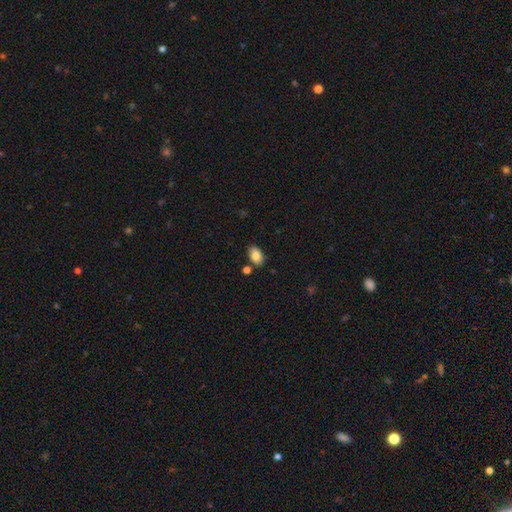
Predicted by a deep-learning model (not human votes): Smooth or featured?
  - smooth: 84% *
  - featured or disk: 8%
  - star or artifact: 8%
How rounded?
  - in between: 90% *
  - round: 9%
  - cigar-shaped: 1%
Merging?
  - none: 81% *
  - minor disturbance: 11%
  - merger: 6%
  - major disturbance: 2%